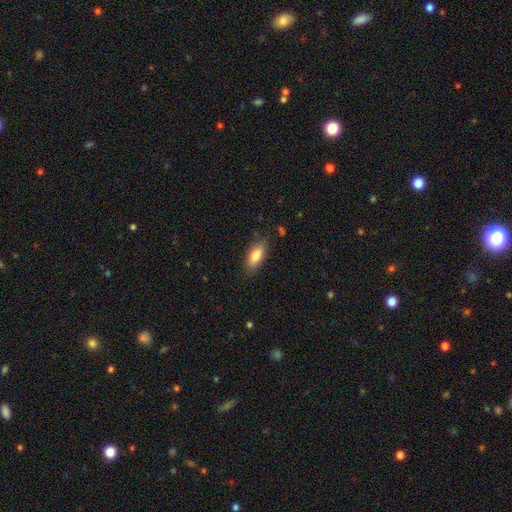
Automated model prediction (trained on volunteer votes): The model was most divided on "how rounded": in between: 81%, cigar-shaped: 16%, round: 3%. More confident: merging — none (82%); smooth or featured — smooth (81%).